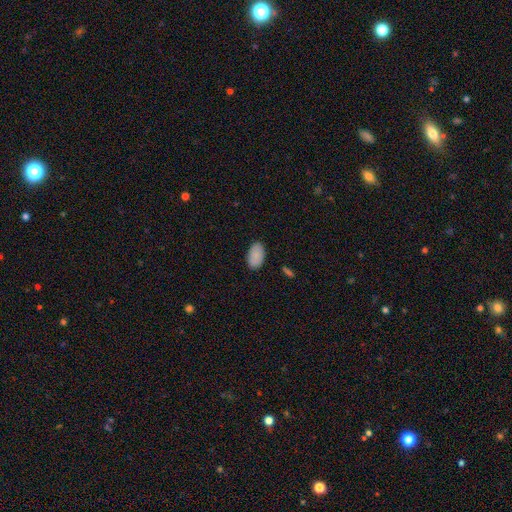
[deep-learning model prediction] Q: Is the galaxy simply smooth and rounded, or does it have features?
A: smooth — 89%.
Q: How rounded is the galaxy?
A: in between — 93%.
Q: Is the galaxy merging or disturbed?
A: none — 85%.